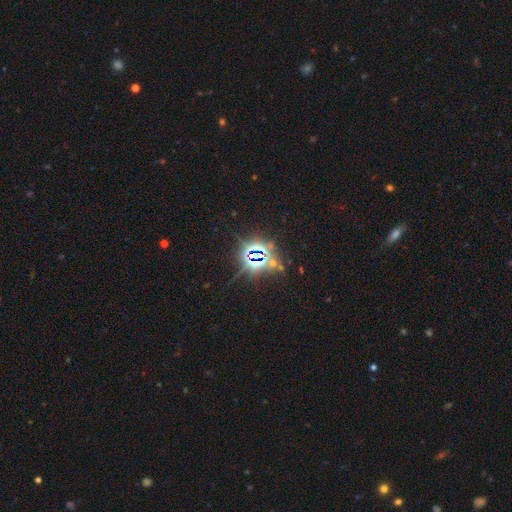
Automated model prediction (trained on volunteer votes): Smooth or featured? star or artifact (82%)